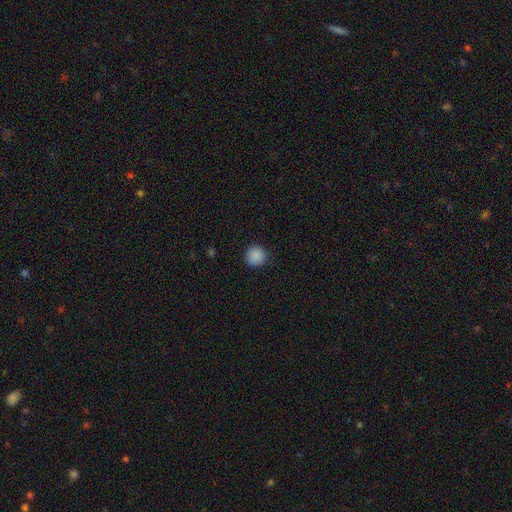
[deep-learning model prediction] Smooth or featured? Predicted: smooth (p=0.88). How rounded? Predicted: round (p=0.95). Merging? Predicted: none (p=0.91).